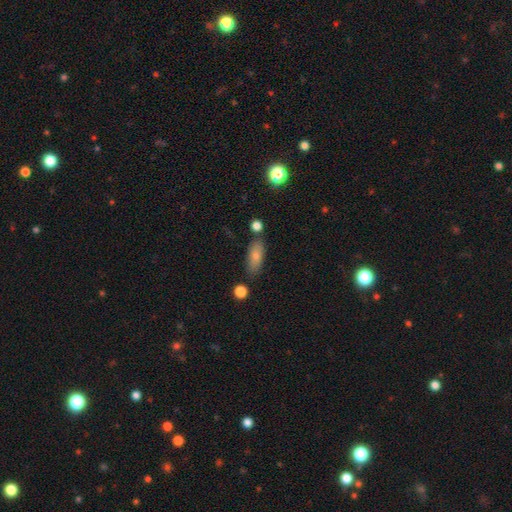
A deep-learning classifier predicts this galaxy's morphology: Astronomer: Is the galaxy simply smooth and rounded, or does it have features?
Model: smooth — 78%.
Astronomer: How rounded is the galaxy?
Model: in between — 73%.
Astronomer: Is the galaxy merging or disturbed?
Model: none — 72%.